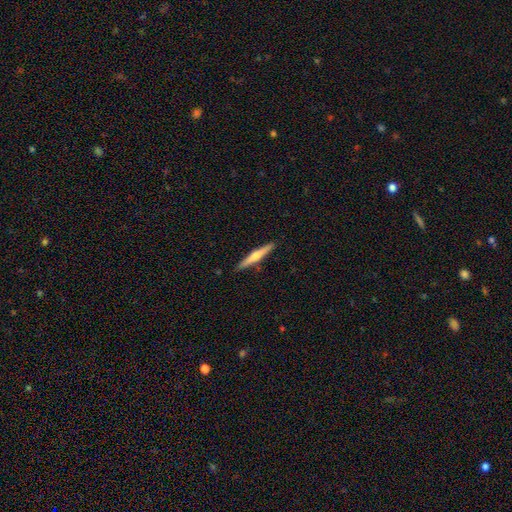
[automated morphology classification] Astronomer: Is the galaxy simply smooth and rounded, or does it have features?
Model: featured or disk — 51% (runner-up: smooth, 43%).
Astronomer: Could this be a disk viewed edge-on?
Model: yes — 97%.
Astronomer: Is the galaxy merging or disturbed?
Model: none — 90%.